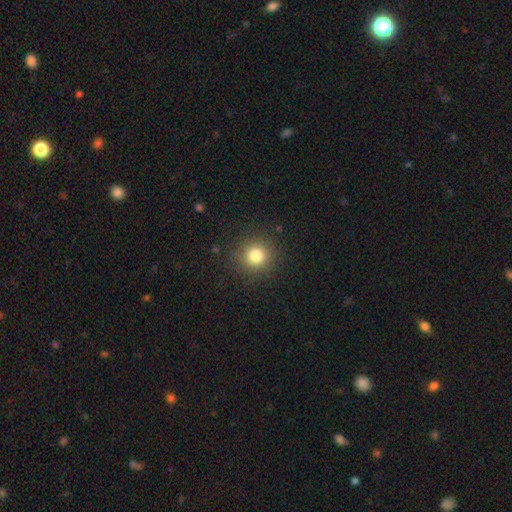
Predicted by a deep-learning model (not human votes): smooth 81%, star or artifact 13%, featured or disk 6%. Down the decision tree: how rounded — round (93%); merging — none (89%).